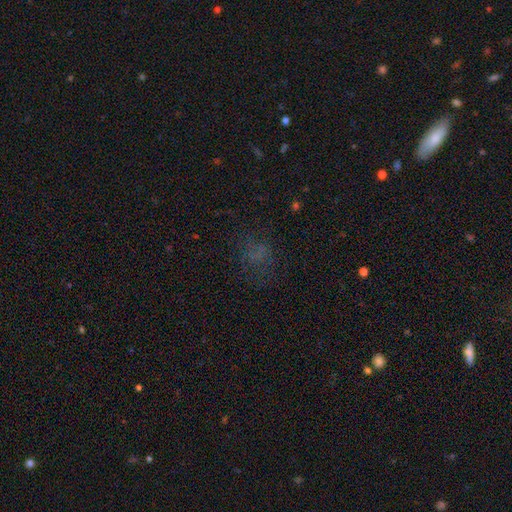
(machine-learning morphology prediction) Q: Smooth or featured?
A: smooth (47%); runner-up: star or artifact (35%)
Q: Merging?
A: none (65%); runner-up: minor disturbance (16%)